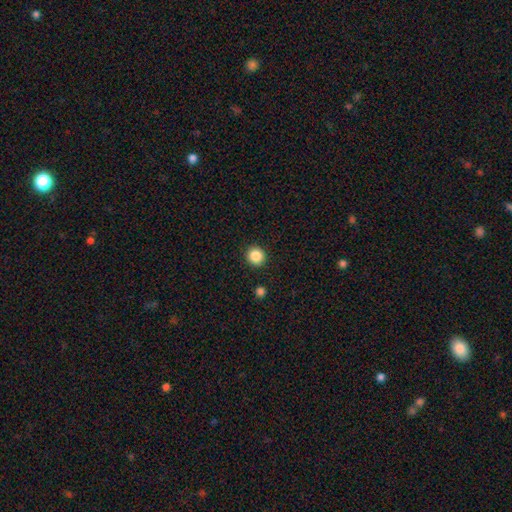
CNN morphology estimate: type=smooth (86%); roundness=round (92%); merging=none (92%).